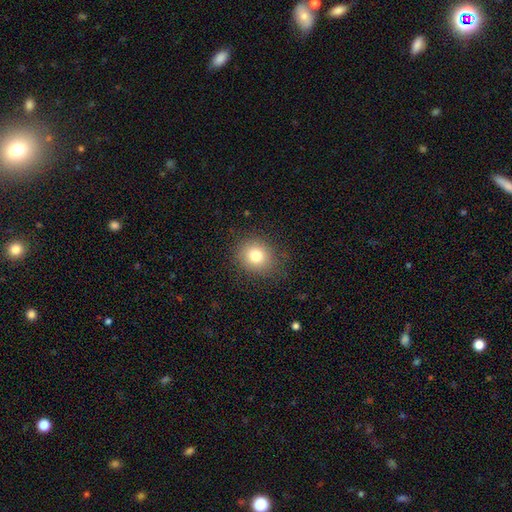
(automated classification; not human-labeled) smooth-or-featured: smooth: 79% | star or artifact: 12% | featured or disk: 9%
  how-rounded: round: 76% | in between: 24% | cigar-shaped: 1%
  merging: none: 85% | minor disturbance: 11% | major disturbance: 4% | merger: 1%